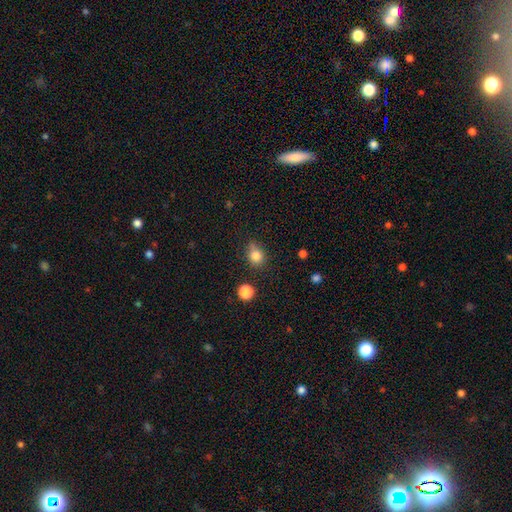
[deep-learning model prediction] A smooth galaxy with no disk features (82%) that is round (68%).

Vote fractions:
- Smooth or featured? smooth: 82% / star or artifact: 12% / featured or disk: 6%
- How rounded? round: 68% / in between: 31% / cigar-shaped: 1%
- Merging? none: 70% / minor disturbance: 20% / merger: 6% / major disturbance: 5%